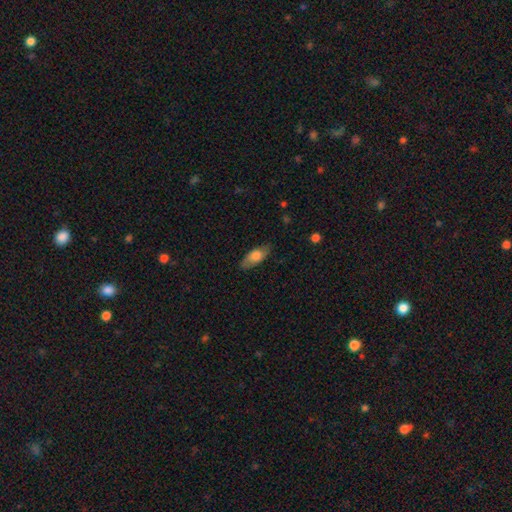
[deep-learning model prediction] smooth 71%, featured or disk 23%, star or artifact 7%. Down the decision tree: how rounded — in between (79%); merging — none (79%).